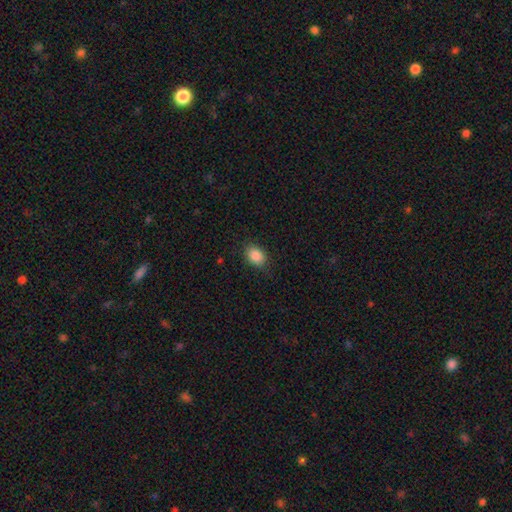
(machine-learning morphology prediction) The model was most divided on "how rounded": in between: 68%, round: 31%, cigar-shaped: 1%. More confident: smooth or featured — smooth (87%); merging — none (85%).